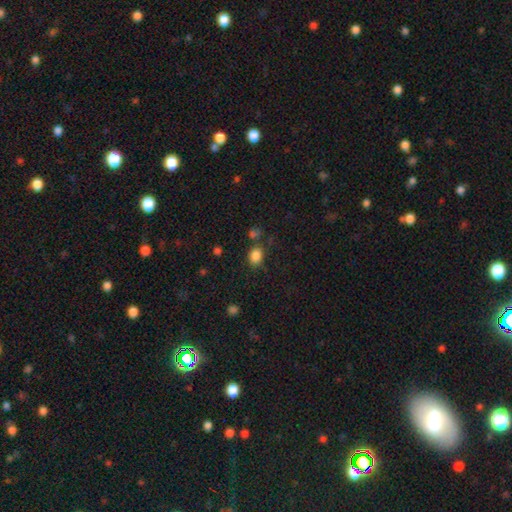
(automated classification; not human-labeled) A smooth galaxy with no disk features (84%) that is in between round and cigar-shaped (62%).

Vote fractions:
- Smooth or featured? smooth: 84% / star or artifact: 11% / featured or disk: 5%
- How rounded? in between: 62% / round: 37% / cigar-shaped: 1%
- Merging? none: 71% / minor disturbance: 14% / merger: 10% / major disturbance: 5%